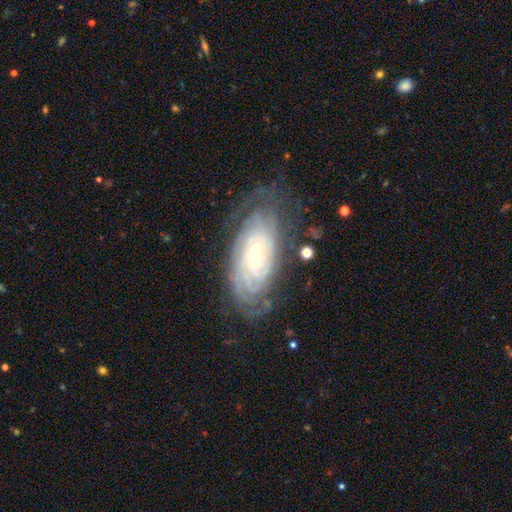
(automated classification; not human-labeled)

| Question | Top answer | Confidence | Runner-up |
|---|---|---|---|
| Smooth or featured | featured or disk | 85% | smooth (9%) |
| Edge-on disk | no | 93% | yes (7%) |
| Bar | no | 56% | weak (31%) |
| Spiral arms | yes | 96% | no (4%) |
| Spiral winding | tight | 83% | medium (14%) |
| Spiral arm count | can't tell | 43% | 4 (18%) |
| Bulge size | small | 67% | moderate (30%) |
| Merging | none | 70% | minor disturbance (20%) |